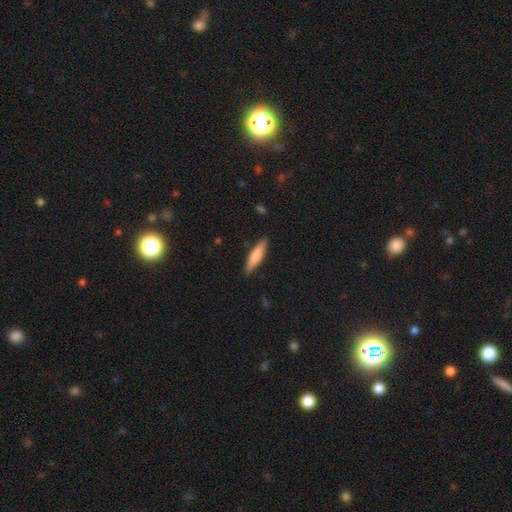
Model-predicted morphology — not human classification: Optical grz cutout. It shows a smooth galaxy with no disk features (72%) that is cigar-shaped (77%). Merging: none (88%).